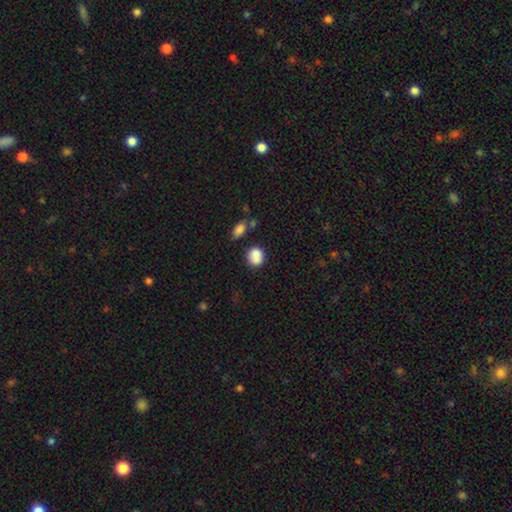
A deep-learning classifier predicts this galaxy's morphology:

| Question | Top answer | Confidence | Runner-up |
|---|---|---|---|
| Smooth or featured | smooth | 83% | star or artifact (9%) |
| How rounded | round | 70% | in between (29%) |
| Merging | none | 55% | merger (20%) |